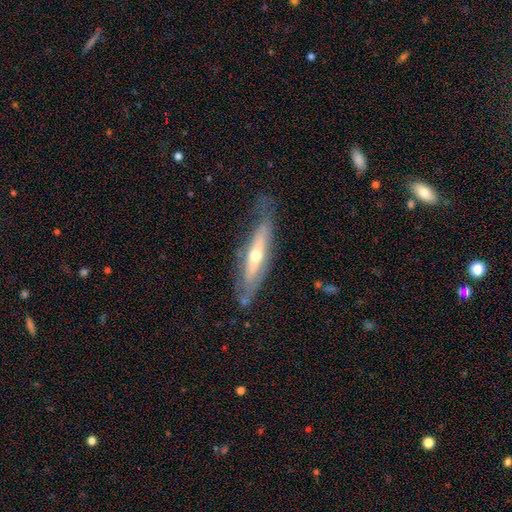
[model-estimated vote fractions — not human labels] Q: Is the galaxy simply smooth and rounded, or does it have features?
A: featured or disk — 66%.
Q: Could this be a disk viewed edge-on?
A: yes — 61%.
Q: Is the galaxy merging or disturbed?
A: none — 65%.